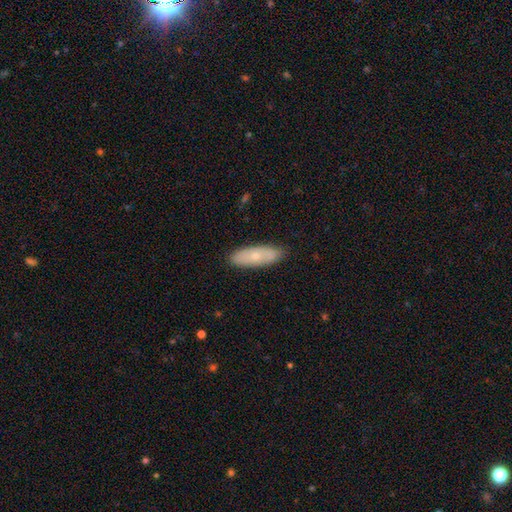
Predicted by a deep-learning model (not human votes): smooth-or-featured: smooth: 62% | featured or disk: 32% | star or artifact: 6%
  how-rounded: in between: 56% | cigar-shaped: 41% | round: 2%
  merging: none: 87% | minor disturbance: 10% | major disturbance: 2% | merger: 1%